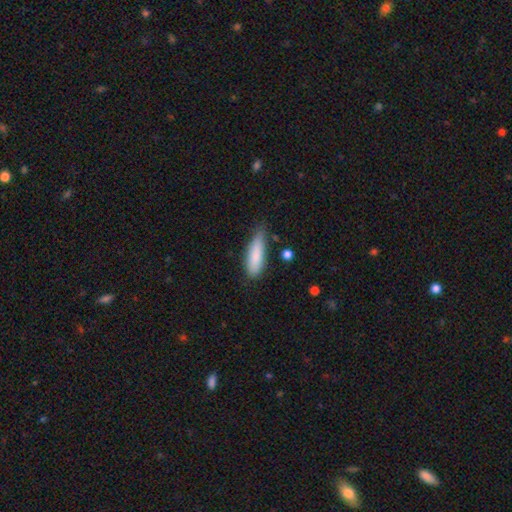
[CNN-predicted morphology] This appears to be a smooth galaxy with no disk features (84%) that is cigar-shaped (57%). Merging: none (61%).